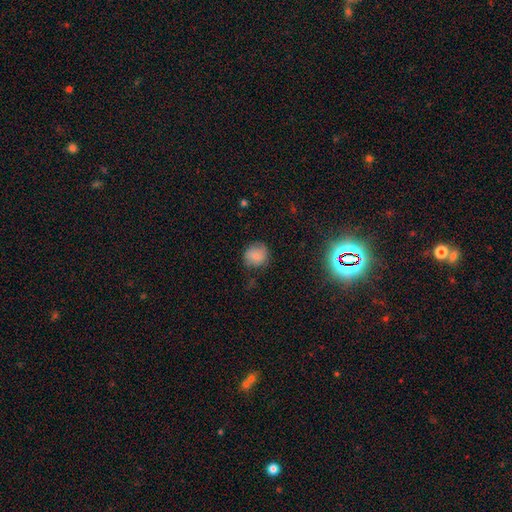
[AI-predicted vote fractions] This appears to be a smooth galaxy with no disk features (81%) that is round (83%). Merging: none (73%).